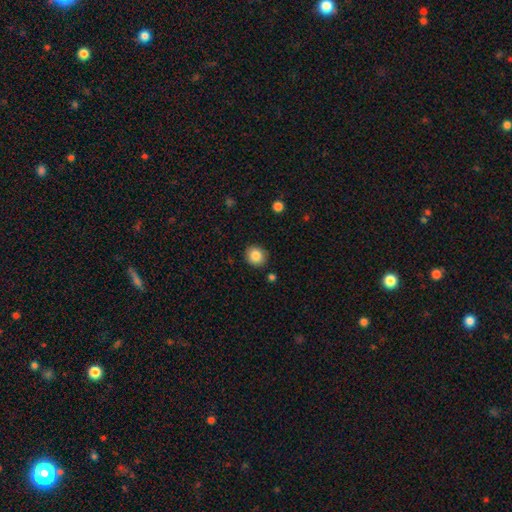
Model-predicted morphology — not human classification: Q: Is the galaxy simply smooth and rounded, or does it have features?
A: smooth — 85%.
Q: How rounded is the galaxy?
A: round — 85%.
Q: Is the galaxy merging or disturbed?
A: none — 89%.